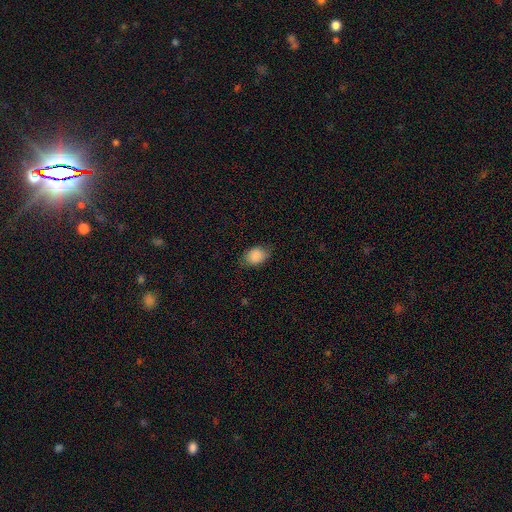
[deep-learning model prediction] The model was most divided on "how rounded": in between: 72%, round: 27%, cigar-shaped: 1%. More confident: smooth or featured — smooth (87%); merging — none (74%).